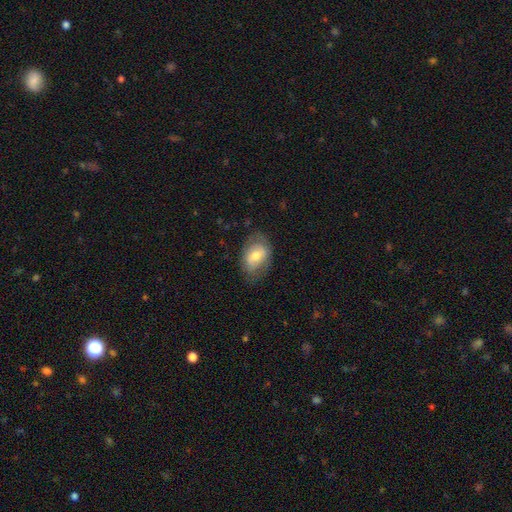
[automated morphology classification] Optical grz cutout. It shows a smooth galaxy with no disk features (58%) that is in between round and cigar-shaped (82%). Merging: none (68%).